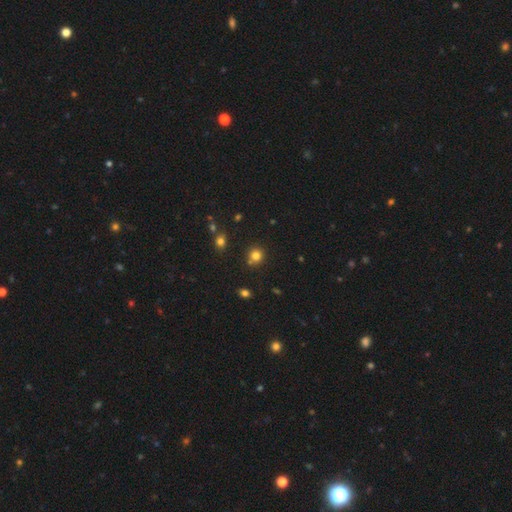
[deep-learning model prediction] Smooth or featured? smooth (78%)
How rounded? round (88%)
Merging? none (74%)